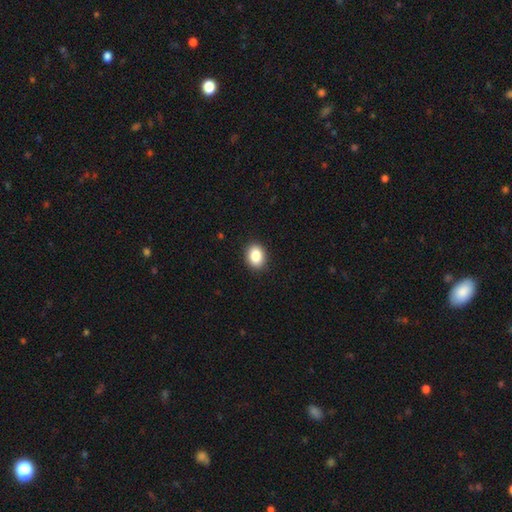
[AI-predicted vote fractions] Smooth or featured? Predicted: smooth (p=0.87). How rounded? Predicted: in between (p=0.67). Merging? Predicted: none (p=0.90).